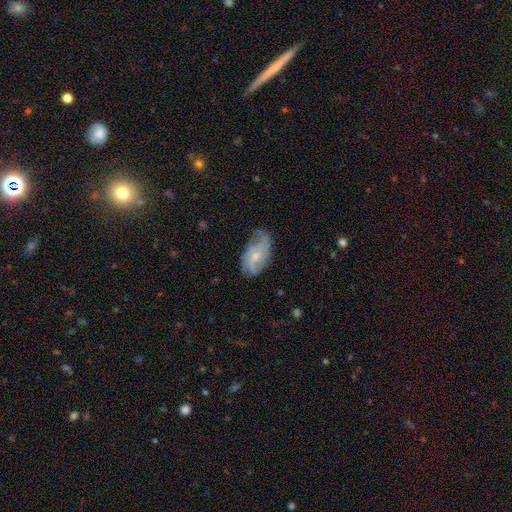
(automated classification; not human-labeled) smooth_or_featured: featured or disk (p=0.65) [alt: smooth p=0.28]
disk_edge_on: no (p=0.95) [alt: yes p=0.05]
bar: no (p=0.55) [alt: weak p=0.39]
has_spiral_arms: yes (p=0.87) [alt: no p=0.13]
spiral_winding: medium (p=0.43) [alt: loose p=0.29]
spiral_arm_count: 2 (p=0.42) [alt: can't tell p=0.28]
bulge_size: small (p=0.52) [alt: moderate p=0.40]
merging: none (p=0.58) [alt: minor disturbance p=0.30]